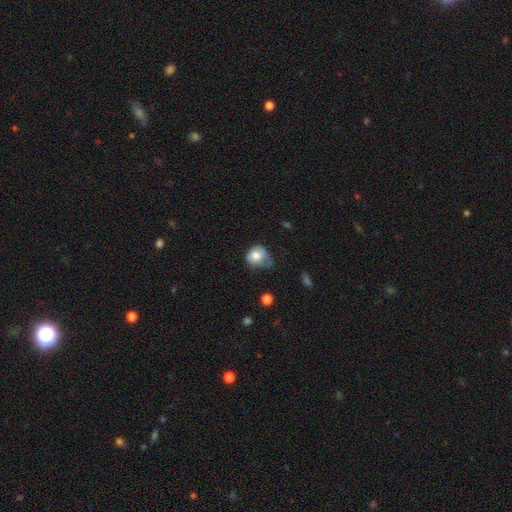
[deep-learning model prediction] Overall: smooth (76%). How rounded: round (68%; in between 31%). Merging: minor disturbance (43%; none 34%).